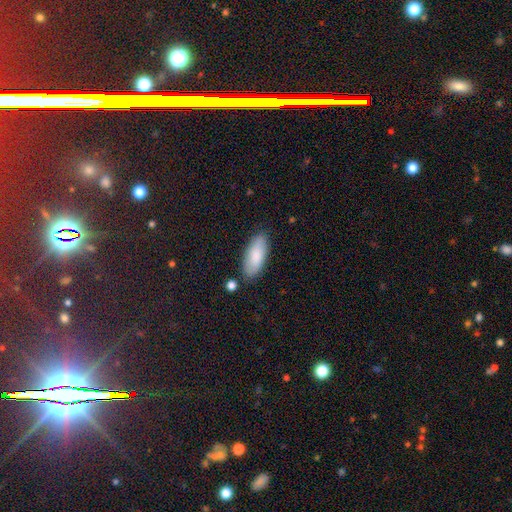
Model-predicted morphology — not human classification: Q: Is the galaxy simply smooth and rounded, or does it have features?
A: smooth — 85%.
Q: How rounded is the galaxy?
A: in between — 78%.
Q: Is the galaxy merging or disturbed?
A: none — 82%.